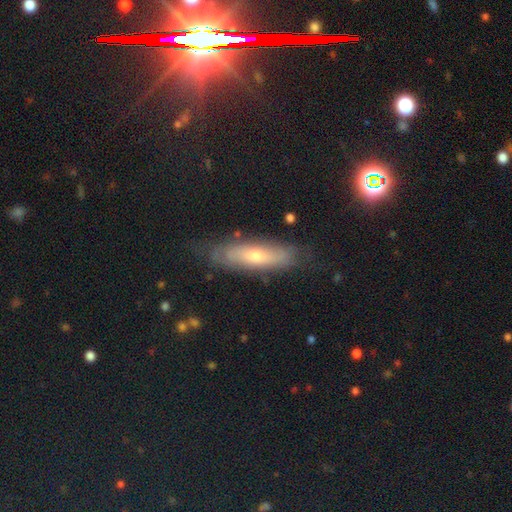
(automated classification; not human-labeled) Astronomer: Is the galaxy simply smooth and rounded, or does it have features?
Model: featured or disk — 48% (runner-up: smooth, 44%).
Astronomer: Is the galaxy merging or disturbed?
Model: none — 75%.